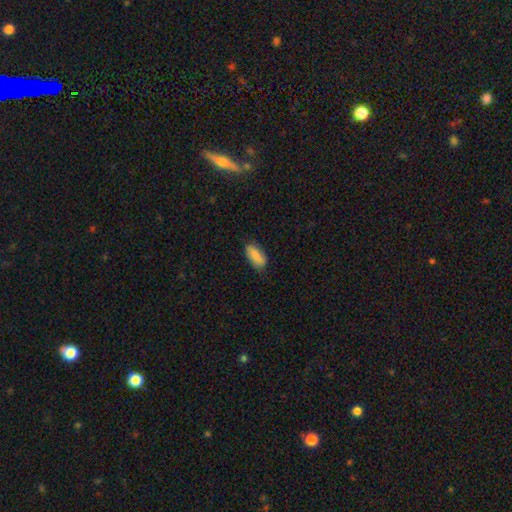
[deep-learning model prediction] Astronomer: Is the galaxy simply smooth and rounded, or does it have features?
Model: smooth — 86%.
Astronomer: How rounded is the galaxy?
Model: in between — 84%.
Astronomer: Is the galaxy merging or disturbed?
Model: none — 78%.